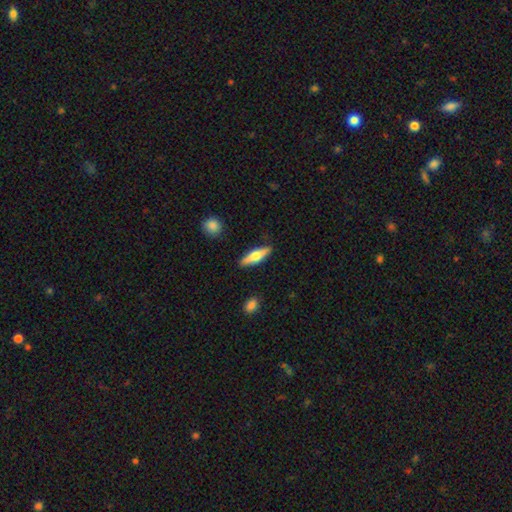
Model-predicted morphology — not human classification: smooth-or-featured: smooth: 49% | featured or disk: 46% | star or artifact: 6%
  merging: none: 87% | minor disturbance: 9% | major disturbance: 2% | merger: 2%